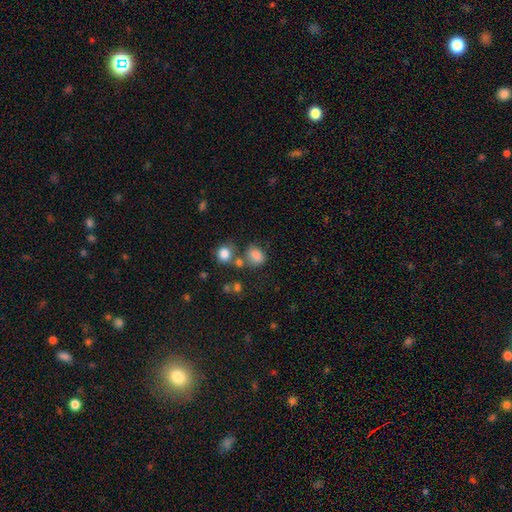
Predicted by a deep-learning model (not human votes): Overall: smooth (81%). How rounded: in between (52%; round 47%). Merging: none (55%; merger 19%).